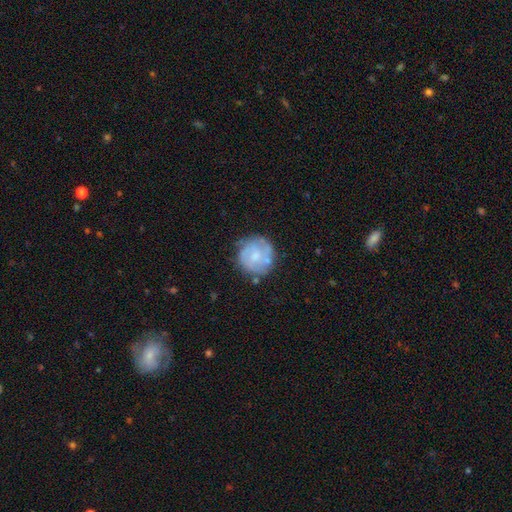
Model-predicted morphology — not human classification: The model was most divided on "bulge size": moderate: 43%, small: 38%, none: 13%, large: 4%, dominant: 1%. More confident: edge-on disk — no (98%); bar — no (69%); merging — none (69%); spiral arms — yes (56%); smooth or featured — featured or disk (52%).